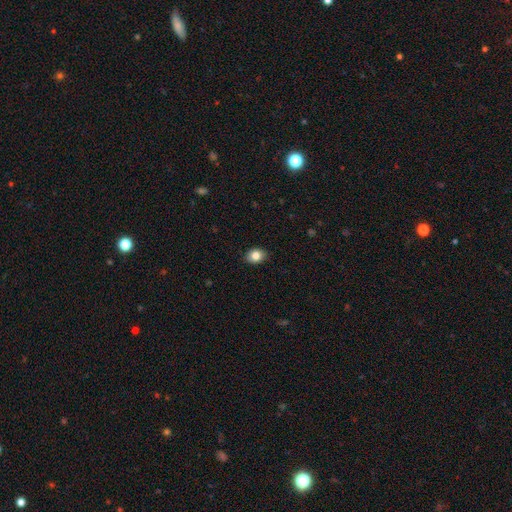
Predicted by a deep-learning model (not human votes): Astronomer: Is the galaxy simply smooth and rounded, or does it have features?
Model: smooth — 83%.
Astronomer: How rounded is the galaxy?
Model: in between — 55% (runner-up: round, 44%).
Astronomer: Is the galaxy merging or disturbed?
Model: none — 88%.